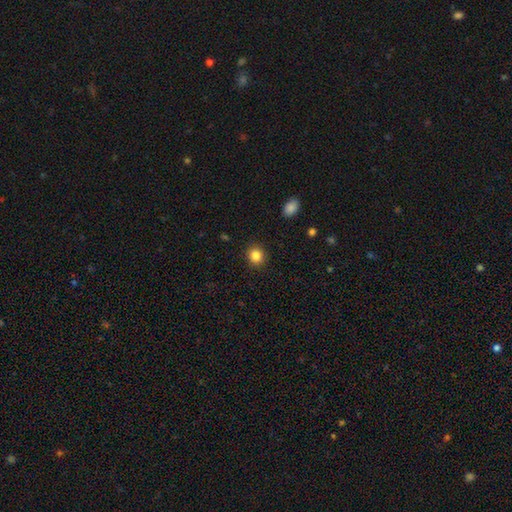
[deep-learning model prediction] The model was most divided on "how rounded": round: 84%, in between: 15%, cigar-shaped: 1%. More confident: merging — none (91%); smooth or featured — smooth (85%).